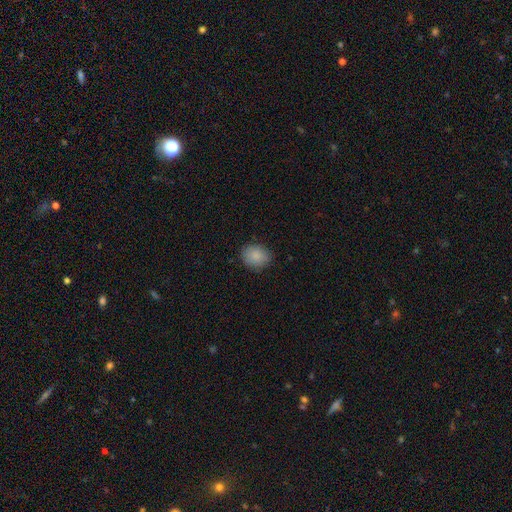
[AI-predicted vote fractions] This is clearly a smooth galaxy (88%). How rounded: possibly round (59%). Merging: clearly none (85%).